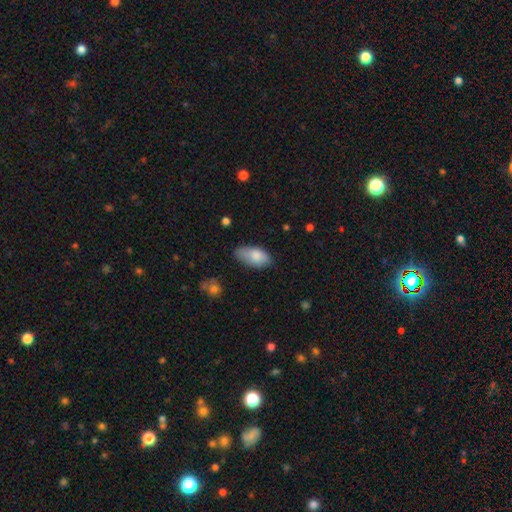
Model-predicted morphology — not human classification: Q: Smooth or featured?
A: smooth (83%); runner-up: featured or disk (10%)
Q: How rounded?
A: in between (92%); runner-up: cigar-shaped (5%)
Q: Merging?
A: none (60%); runner-up: minor disturbance (31%)